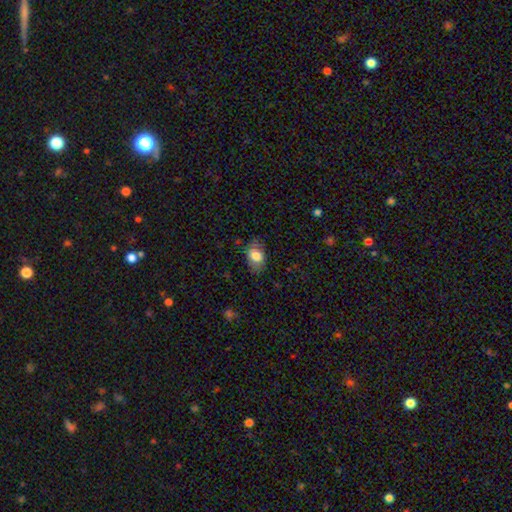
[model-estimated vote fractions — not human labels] Smooth or featured? Predicted: smooth (p=0.76). How rounded? Predicted: in between (p=0.79). Merging? Predicted: none (p=0.67).